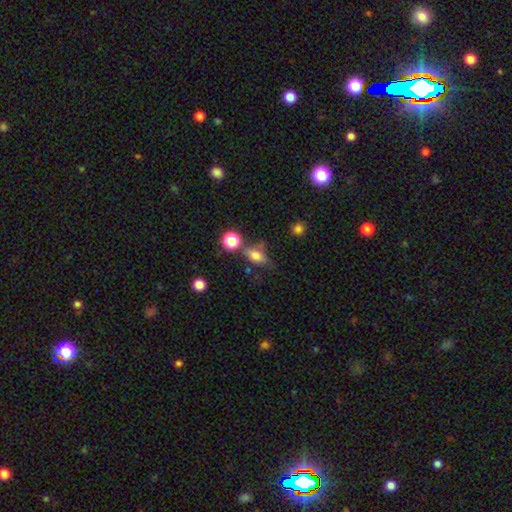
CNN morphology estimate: Q: Smooth or featured?
A: smooth (70%); runner-up: featured or disk (18%)
Q: How rounded?
A: in between (72%); runner-up: round (17%)
Q: Merging?
A: none (55%); runner-up: minor disturbance (19%)